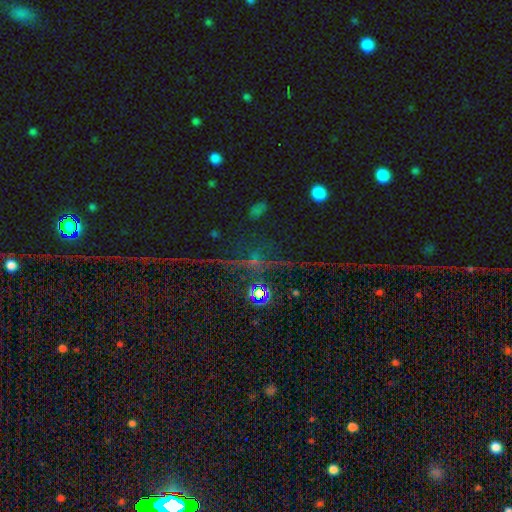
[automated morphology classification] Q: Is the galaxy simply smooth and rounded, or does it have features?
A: star or artifact — 69%.